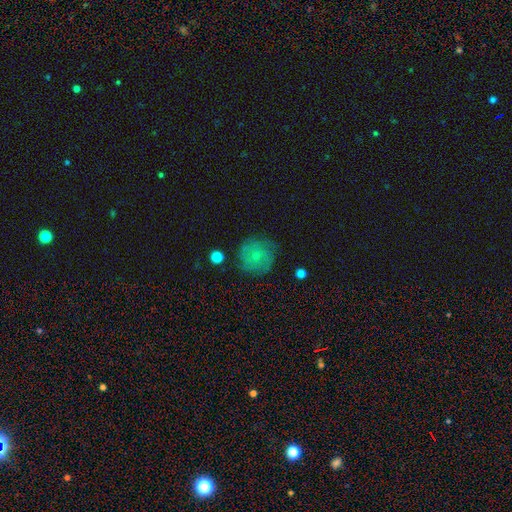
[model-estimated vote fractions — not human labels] smooth_or_featured: smooth (p=0.56) [alt: featured or disk p=0.35]
how_rounded: round (p=0.91) [alt: in between p=0.08]
merging: none (p=0.74) [alt: minor disturbance p=0.18]